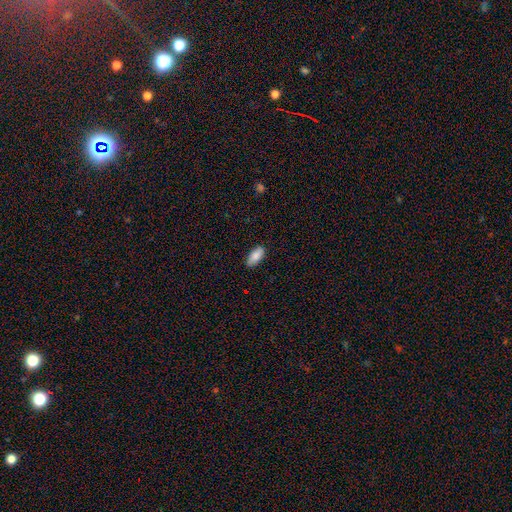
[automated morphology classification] Q: Smooth or featured?
A: smooth (86%); runner-up: featured or disk (8%)
Q: How rounded?
A: in between (88%); runner-up: cigar-shaped (10%)
Q: Merging?
A: none (88%); runner-up: minor disturbance (9%)